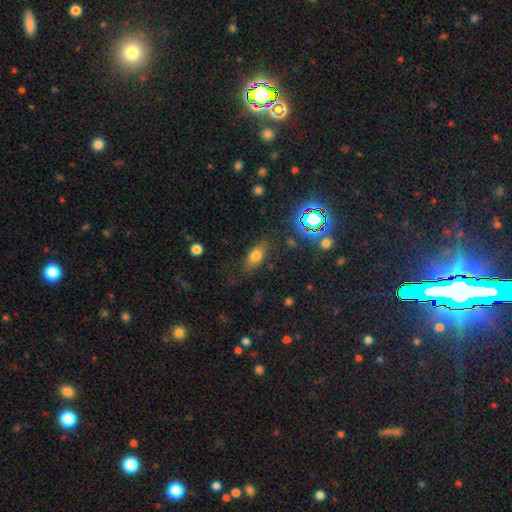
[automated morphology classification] Q: Smooth or featured?
A: smooth (70%); runner-up: star or artifact (15%)
Q: How rounded?
A: in between (79%); runner-up: cigar-shaped (14%)
Q: Merging?
A: none (79%); runner-up: minor disturbance (14%)